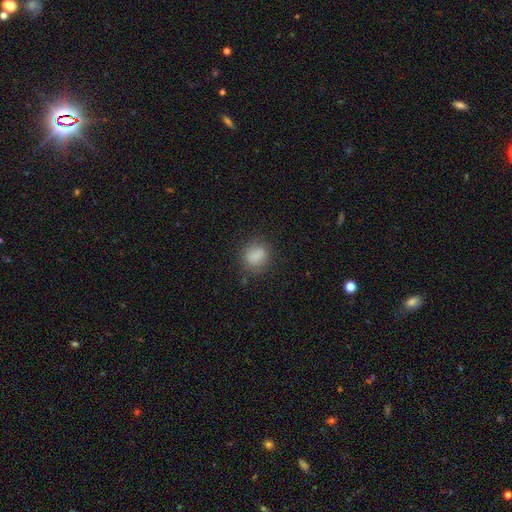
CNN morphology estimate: This appears to be a smooth galaxy with no disk features (82%) that is round (60%). Merging: none (76%).